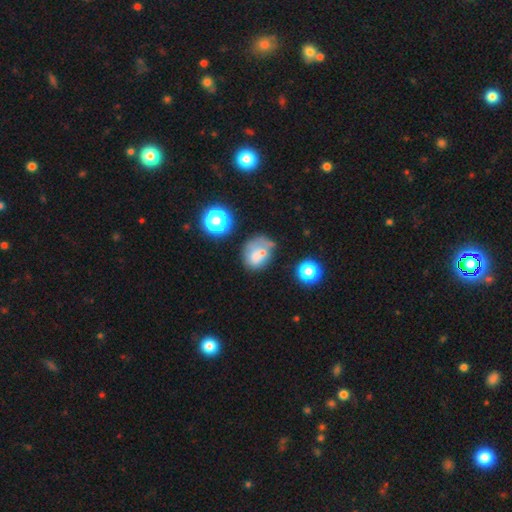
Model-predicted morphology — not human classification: This is likely a smooth galaxy (64%). How rounded: possibly round (55%). Merging: marginally none (38%).